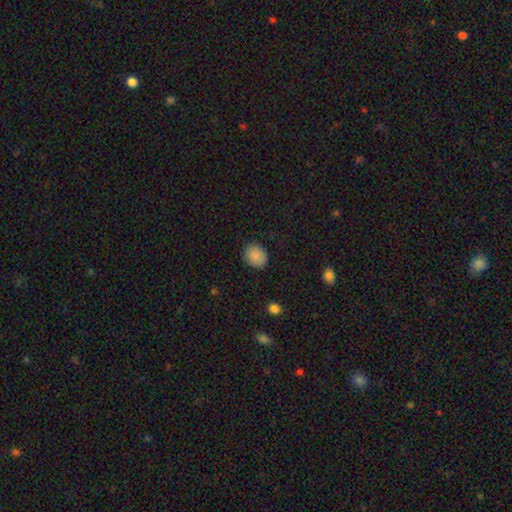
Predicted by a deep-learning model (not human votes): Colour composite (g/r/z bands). It shows a smooth galaxy with no disk features (87%) that is round (60%). Merging: none (84%).